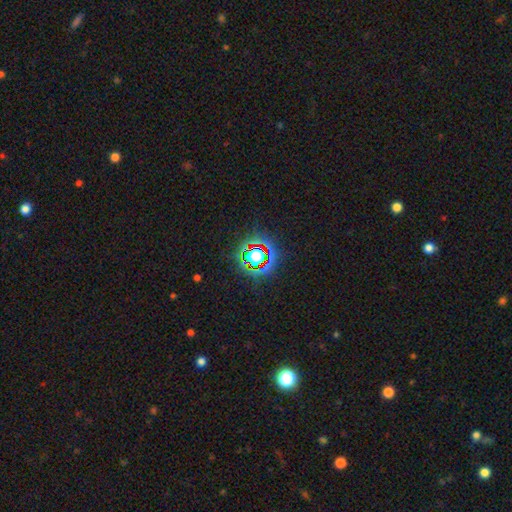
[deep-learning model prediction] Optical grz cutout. It shows a star or artifact, not a galaxy (68%).